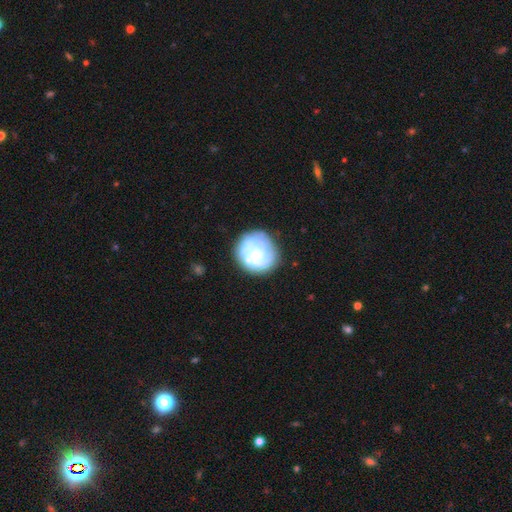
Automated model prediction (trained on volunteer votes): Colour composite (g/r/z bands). It shows a featured or disk galaxy (72%) with no bar (73%), tight (53%) spiral arms (81%) and a moderate central bulge (50%). Merging: none (69%).